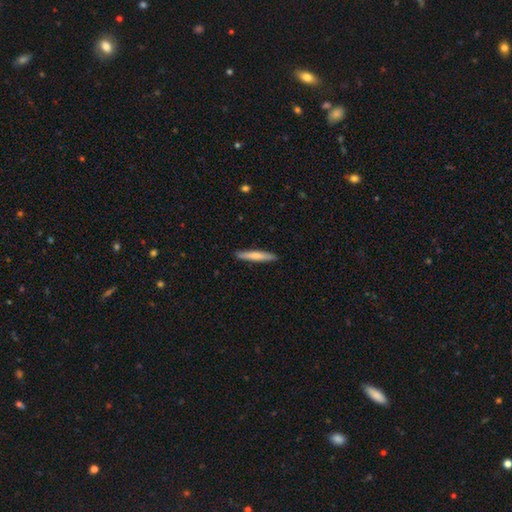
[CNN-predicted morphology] Smooth or featured? Predicted: smooth (p=0.67). How rounded? Predicted: cigar-shaped (p=0.93). Merging? Predicted: none (p=0.91).